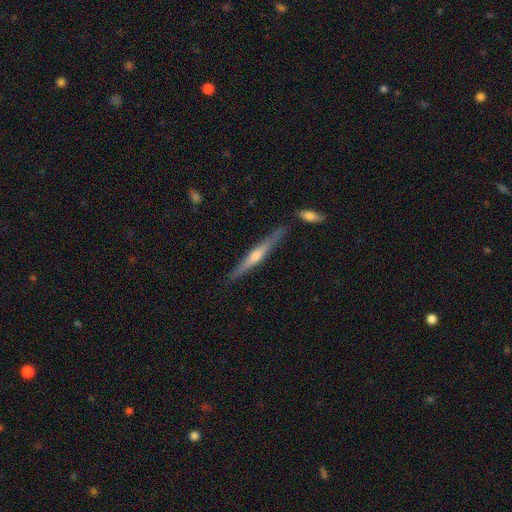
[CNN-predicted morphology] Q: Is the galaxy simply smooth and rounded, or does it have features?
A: featured or disk — 69%.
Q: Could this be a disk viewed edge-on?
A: yes — 97%.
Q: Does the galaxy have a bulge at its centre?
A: rounded — 80%.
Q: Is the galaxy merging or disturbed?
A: none — 85%.